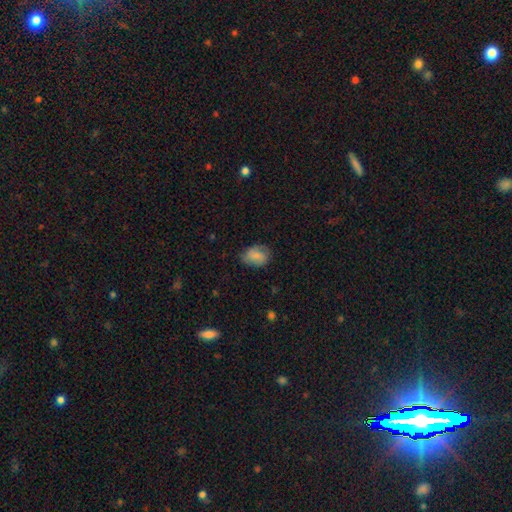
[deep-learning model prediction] This is likely a smooth galaxy (73%). How rounded: likely in between (72%). Merging: likely none (68%).